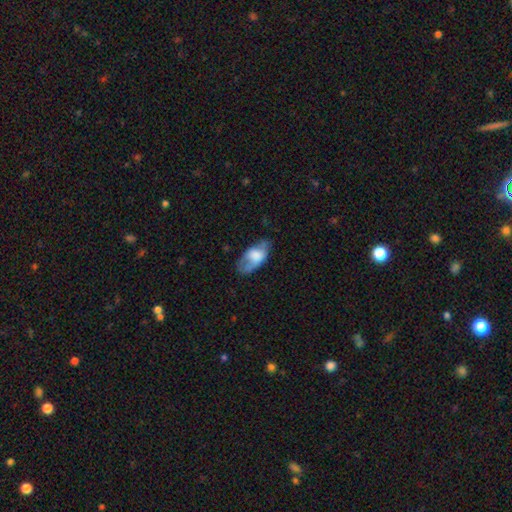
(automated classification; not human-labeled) Q: Smooth or featured?
A: smooth (62%); runner-up: featured or disk (30%)
Q: How rounded?
A: in between (92%); runner-up: round (5%)
Q: Merging?
A: none (41%); runner-up: minor disturbance (32%)